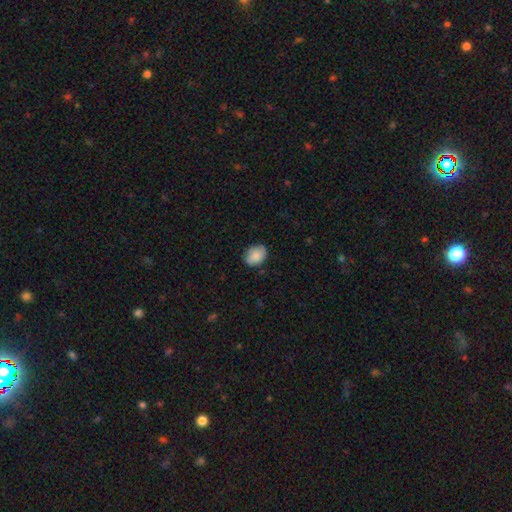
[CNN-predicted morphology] Smooth or featured: smooth — 81% (featured or disk — 12%)
How rounded: in between — 61% (round — 38%)
Merging: none — 77% (minor disturbance — 19%)